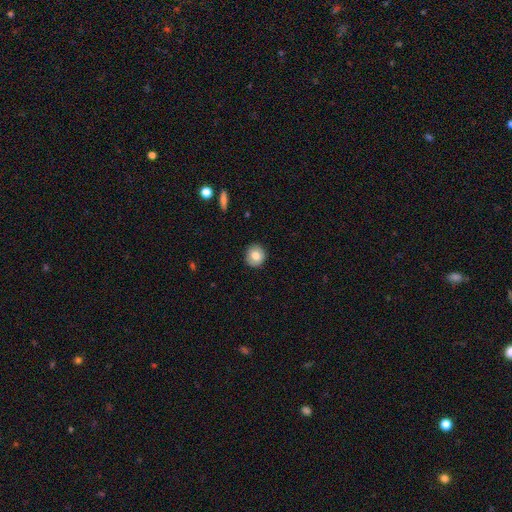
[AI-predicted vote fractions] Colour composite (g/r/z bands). It shows a smooth galaxy with no disk features (77%) that is round (88%). Merging: none (90%).